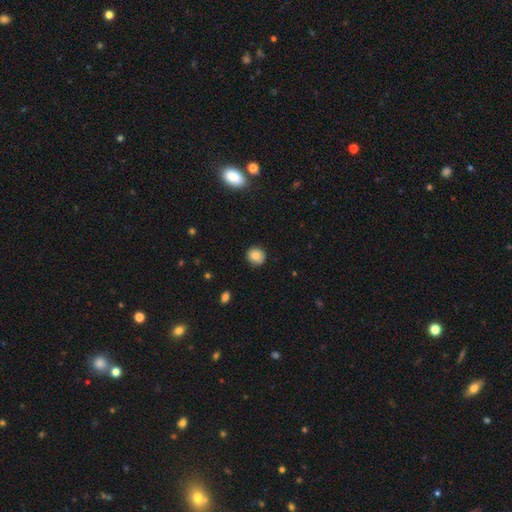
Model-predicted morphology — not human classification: Smooth or featured? smooth (82%)
How rounded? round (86%)
Merging? none (85%)